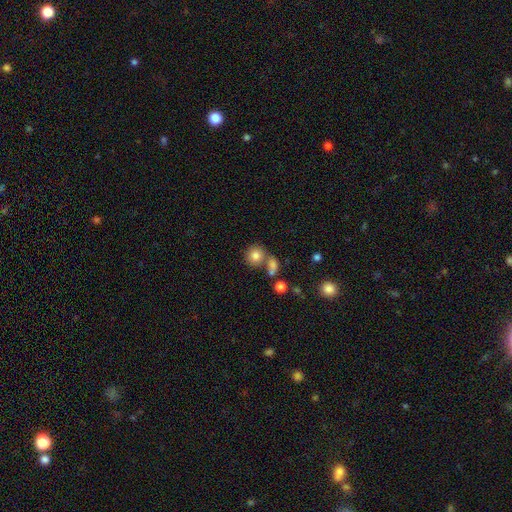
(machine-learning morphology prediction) A smooth galaxy with no disk features (80%) that is round (87%).

Vote fractions:
- Smooth or featured? smooth: 80% / star or artifact: 11% / featured or disk: 9%
- How rounded? round: 87% / in between: 12% / cigar-shaped: 1%
- Merging? none: 57% / merger: 28% / minor disturbance: 10% / major disturbance: 4%